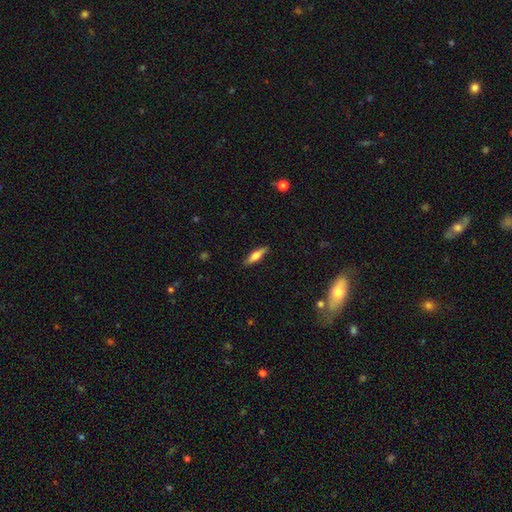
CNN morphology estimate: smooth-or-featured: smooth: 59% | featured or disk: 35% | star or artifact: 6%
  how-rounded: cigar-shaped: 66% | in between: 32% | round: 2%
  merging: none: 88% | minor disturbance: 9% | major disturbance: 2% | merger: 1%